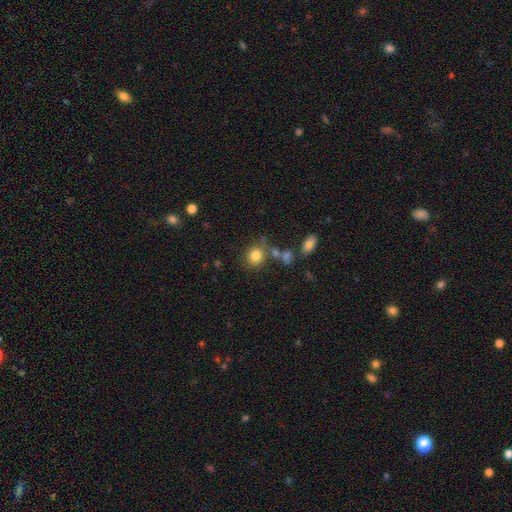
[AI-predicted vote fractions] Morphology: type=smooth (82%); roundness=round (77%); merging=none (66%).